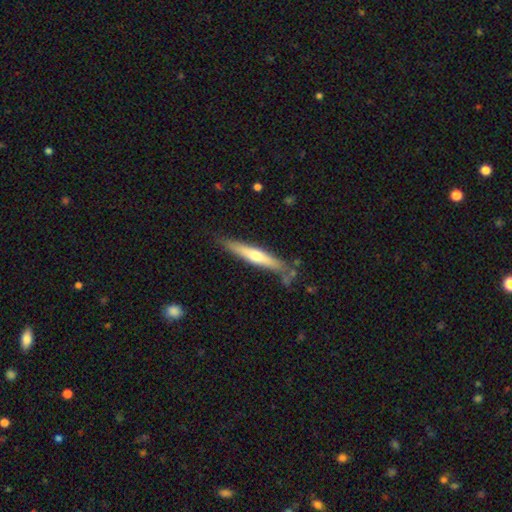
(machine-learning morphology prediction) A featured or disk galaxy (52%) viewed edge-on (92%). Merging: none (78%).